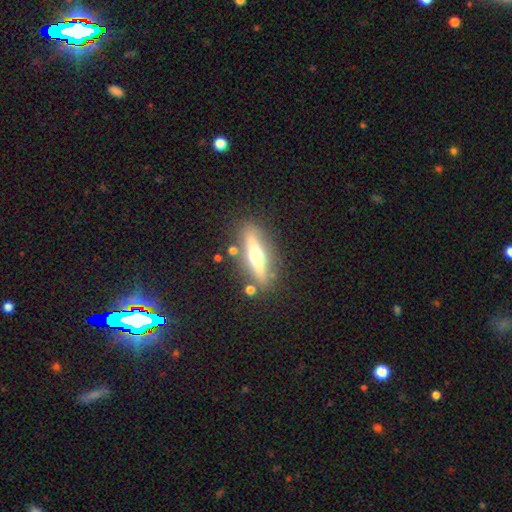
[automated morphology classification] The model was most divided on "smooth or featured": featured or disk: 65%, smooth: 28%, star or artifact: 7%. More confident: edge-on bulge — rounded (95%); edge-on disk — yes (89%); merging — none (83%).